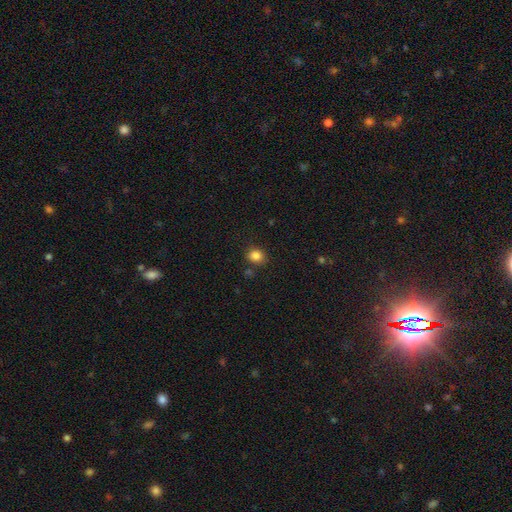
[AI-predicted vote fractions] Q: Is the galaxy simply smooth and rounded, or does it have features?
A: smooth — 84%.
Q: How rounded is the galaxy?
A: round — 63%.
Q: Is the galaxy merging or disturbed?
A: none — 82%.